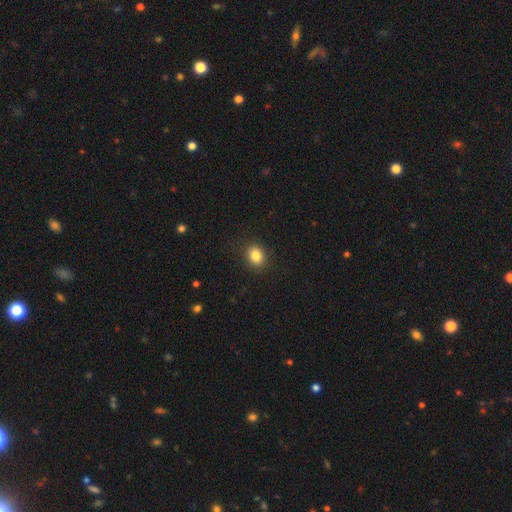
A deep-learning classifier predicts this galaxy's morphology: Smooth or featured? smooth (84%)
How rounded? round (55%)
Merging? none (89%)